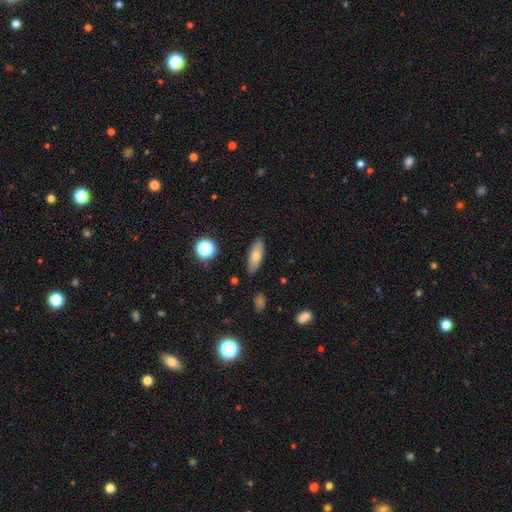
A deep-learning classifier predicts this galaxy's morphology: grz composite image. It shows a smooth galaxy with no disk features (70%) that is in between round and cigar-shaped (72%). Merging: none (86%).